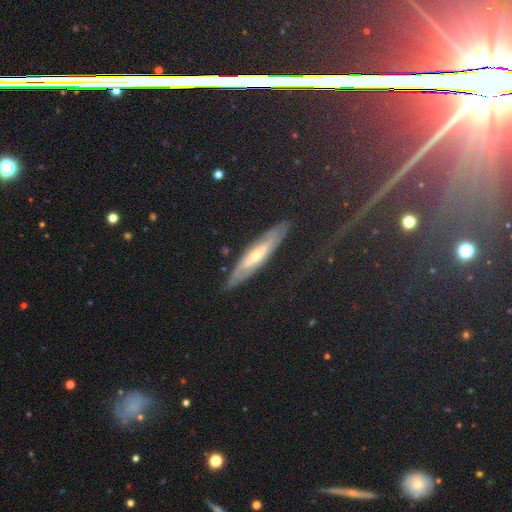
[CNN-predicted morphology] A featured or disk galaxy (59%) viewed edge-on (56%). Merging: none (83%).